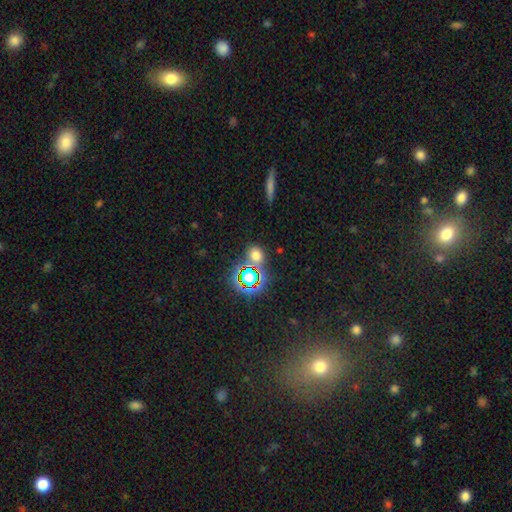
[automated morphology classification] Smooth or featured? Predicted: smooth (p=0.62). How rounded? Predicted: round (p=0.67). Merging? Predicted: none (p=0.74).